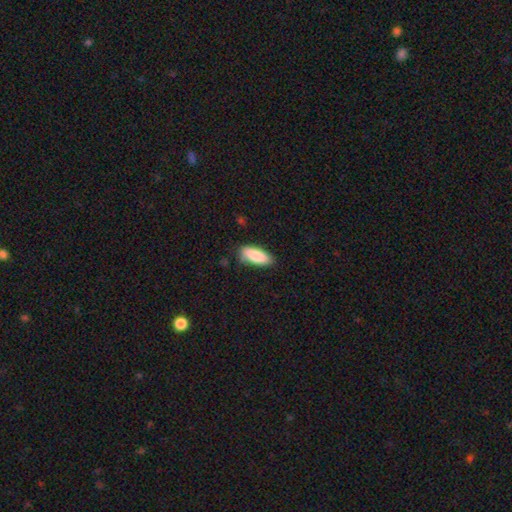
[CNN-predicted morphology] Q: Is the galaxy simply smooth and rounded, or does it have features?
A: smooth — 86%.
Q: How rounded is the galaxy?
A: in between — 78%.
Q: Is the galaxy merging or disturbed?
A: none — 77%.